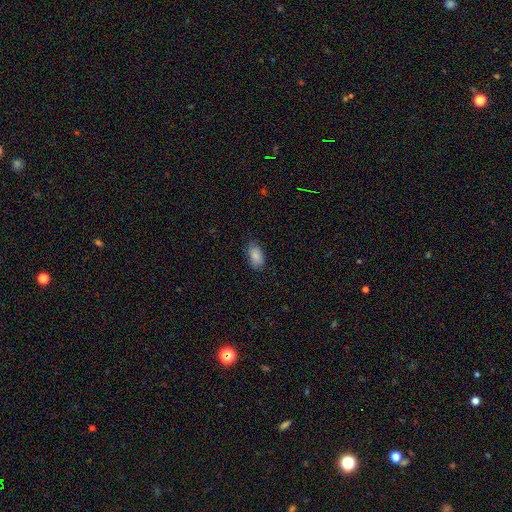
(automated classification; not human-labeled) smooth 88%, star or artifact 7%, featured or disk 5%. Down the decision tree: how rounded — in between (93%); merging — none (81%).